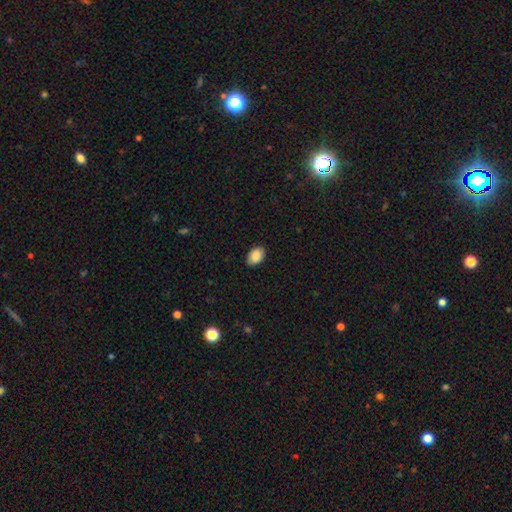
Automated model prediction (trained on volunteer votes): Smooth or featured?
  - smooth: 89% *
  - star or artifact: 7%
  - featured or disk: 4%
How rounded?
  - in between: 89% *
  - round: 10%
  - cigar-shaped: 1%
Merging?
  - none: 87% *
  - minor disturbance: 10%
  - major disturbance: 2%
  - merger: 1%